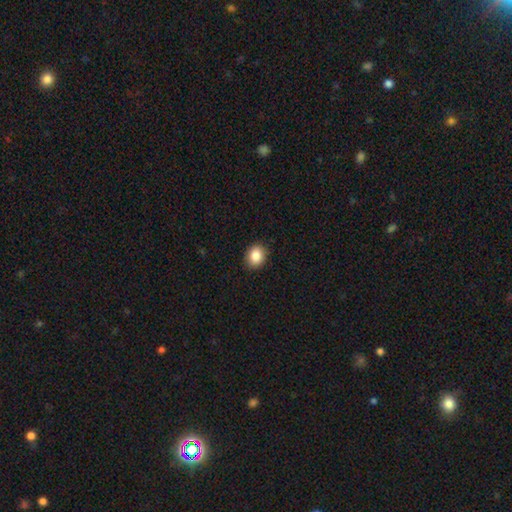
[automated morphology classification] smooth_or_featured: smooth (p=0.86) [alt: star or artifact p=0.09]
how_rounded: round (p=0.55) [alt: in between p=0.44]
merging: none (p=0.90) [alt: minor disturbance p=0.07]